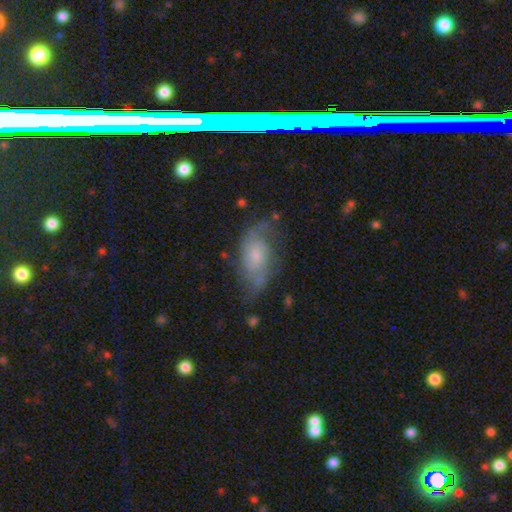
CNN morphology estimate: This is likely a featured or disk galaxy (68%). It is clearly not viewed edge-on (94%). Bar: likely no (65%). Spiral arm pattern: clearly yes (88%). Spiral arm count: likely 2 (69%). Spiral winding: marginally medium (42%). Central bulge: possibly small (60%). Merging: possibly none (57%).